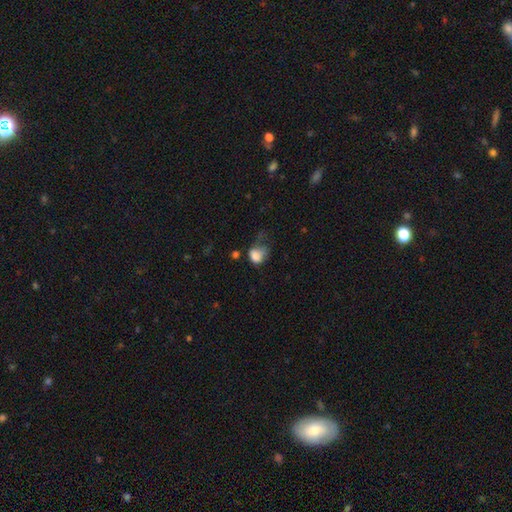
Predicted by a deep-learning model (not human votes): Overall: smooth (77%). How rounded: in between (58%; round 41%). Merging: major disturbance (44%; minor disturbance 29%).